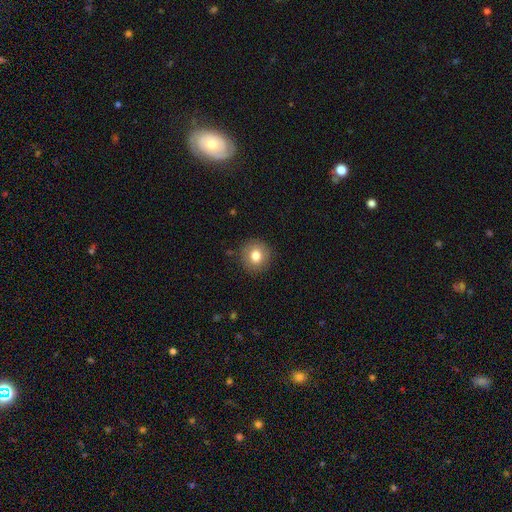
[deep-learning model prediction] Smooth or featured? smooth (79%)
How rounded? round (89%)
Merging? none (88%)